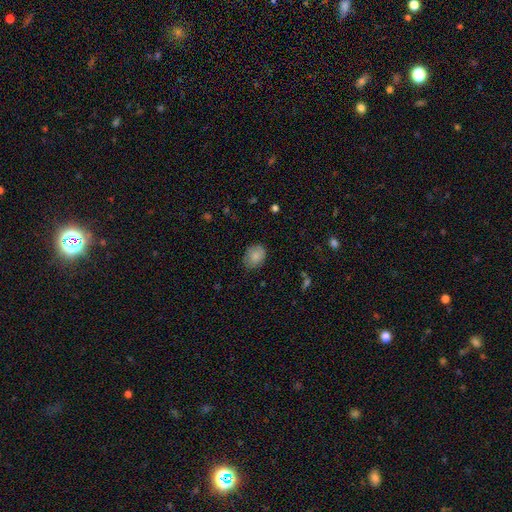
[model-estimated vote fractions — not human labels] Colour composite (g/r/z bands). It shows a smooth galaxy with no disk features (81%) that is in between round and cigar-shaped (60%). Merging: none (72%).